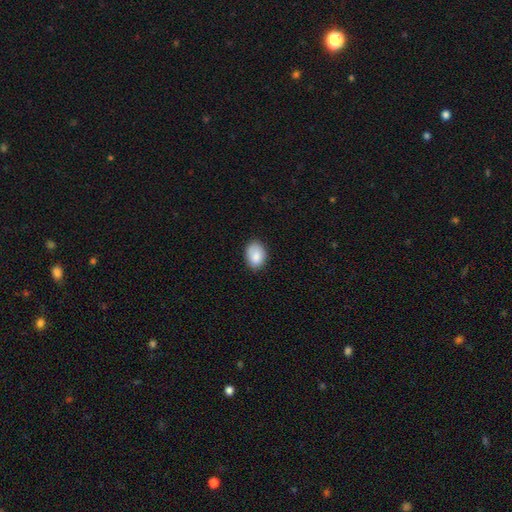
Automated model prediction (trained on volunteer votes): The model was most divided on "merging": none: 76%, minor disturbance: 19%, major disturbance: 3%, merger: 1%. More confident: smooth or featured — smooth (85%); how rounded — in between (78%).